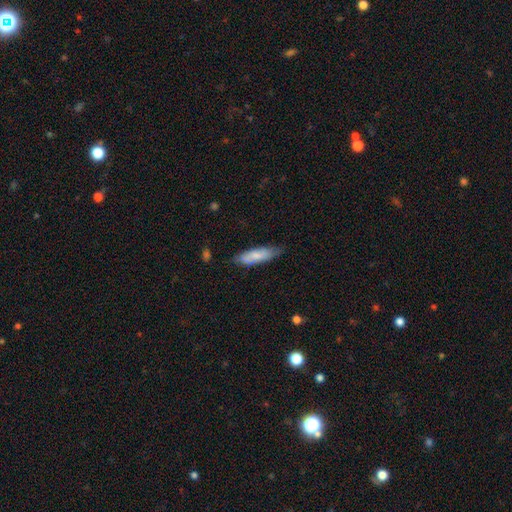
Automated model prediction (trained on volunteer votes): Smooth or featured: smooth — 73% (featured or disk — 22%)
How rounded: cigar-shaped — 50% (in between — 49%)
Merging: none — 70% (minor disturbance — 24%)